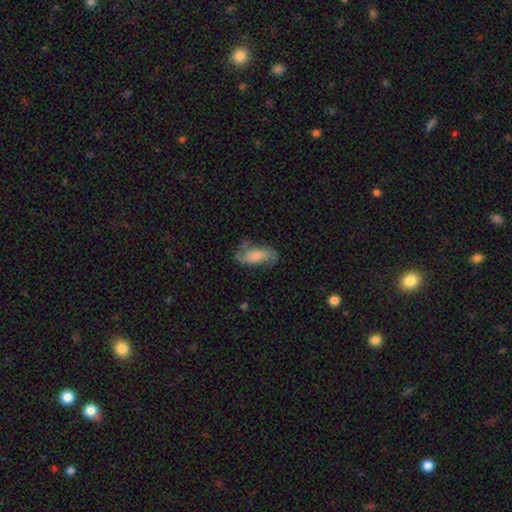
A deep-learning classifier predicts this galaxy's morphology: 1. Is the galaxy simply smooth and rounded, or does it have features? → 47% smooth, 46% featured or disk, 8% star or artifact.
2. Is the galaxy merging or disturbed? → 55% none, 27% minor disturbance, 15% major disturbance, 3% merger.